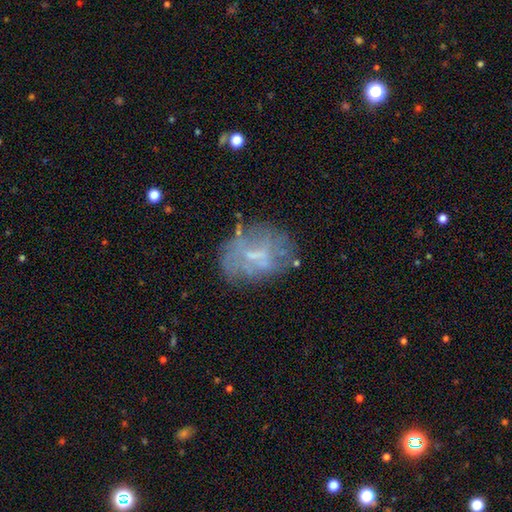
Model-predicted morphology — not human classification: Smooth or featured? Predicted: featured or disk (p=0.55). Edge-on disk? Predicted: no (p=0.96). Bar? Predicted: no (p=0.44, tied with weak). Spiral arms? Predicted: no (p=0.71). Bulge size? Predicted: small (p=0.46). Merging? Predicted: none (p=0.61).